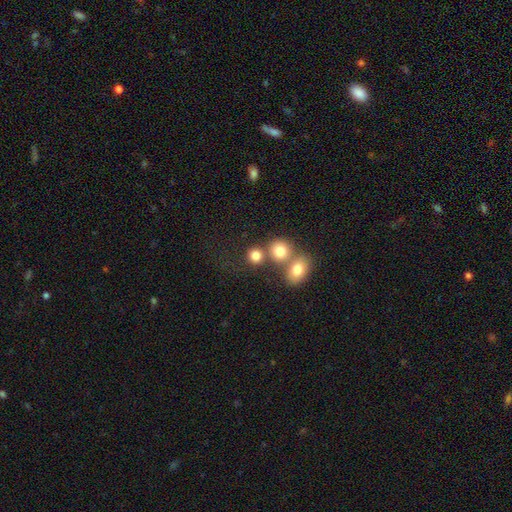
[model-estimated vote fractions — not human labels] smooth 81%, star or artifact 12%, featured or disk 7%. Down the decision tree: how rounded — round (84%); merging — none (59%).